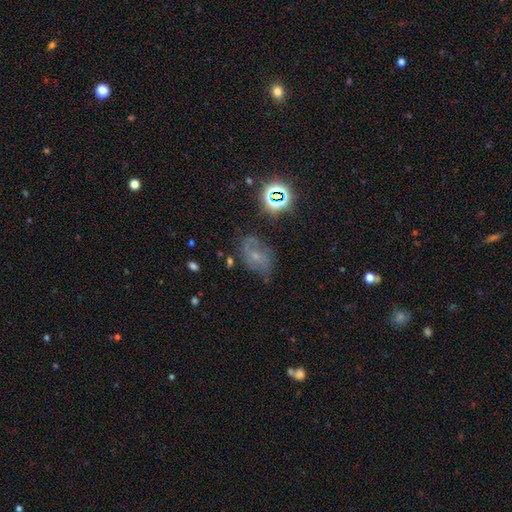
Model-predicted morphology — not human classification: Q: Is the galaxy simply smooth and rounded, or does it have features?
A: featured or disk — 52%.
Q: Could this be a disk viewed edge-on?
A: no — 96%.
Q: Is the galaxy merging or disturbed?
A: none — 57%.